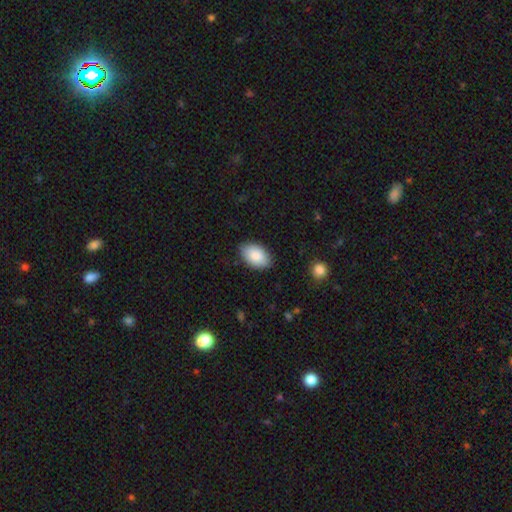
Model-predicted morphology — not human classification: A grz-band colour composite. It shows a smooth galaxy with no disk features (87%) that is in between round and cigar-shaped (92%). Merging: none (84%).